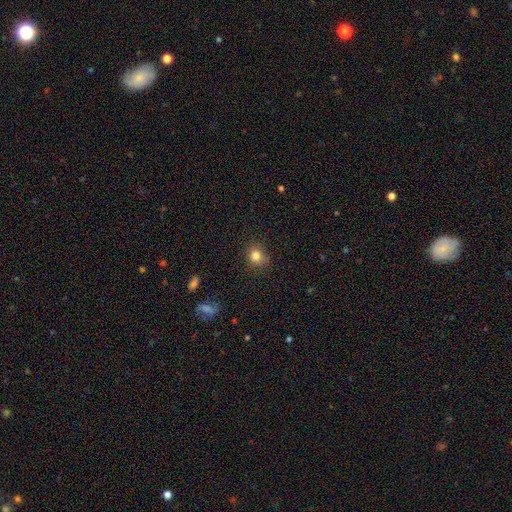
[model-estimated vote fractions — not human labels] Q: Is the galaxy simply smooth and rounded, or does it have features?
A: smooth — 81%.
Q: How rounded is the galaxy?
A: round — 77%.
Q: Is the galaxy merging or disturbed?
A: none — 80%.